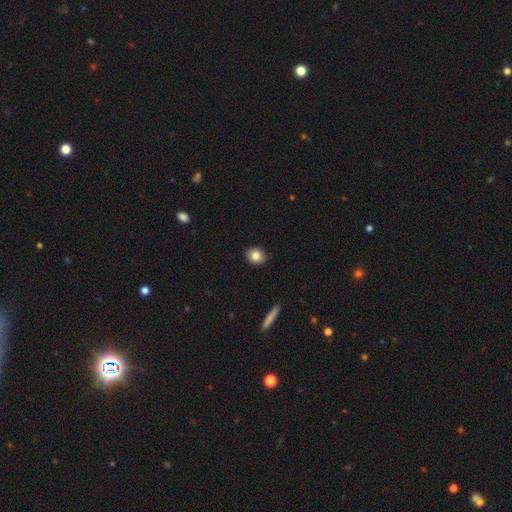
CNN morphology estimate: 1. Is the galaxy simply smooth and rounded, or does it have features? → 84% smooth, 9% star or artifact, 7% featured or disk.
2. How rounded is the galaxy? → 63% round, 35% in between, 1% cigar-shaped.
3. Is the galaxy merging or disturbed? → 90% none, 7% minor disturbance, 2% major disturbance, 1% merger.